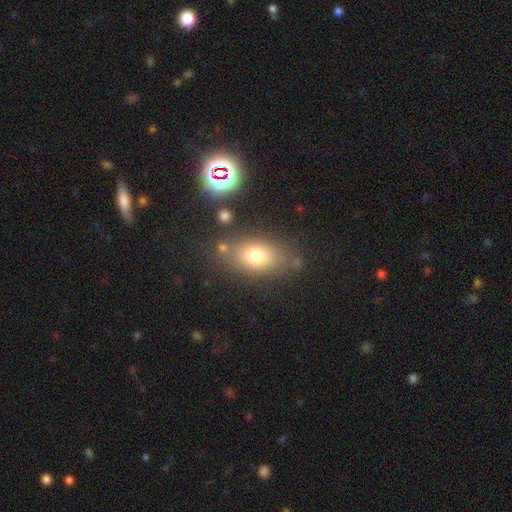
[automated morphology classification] The model was most divided on "merging": none: 71%, minor disturbance: 16%, merger: 7%, major disturbance: 6%. More confident: how rounded — in between (76%); smooth or featured — smooth (74%).